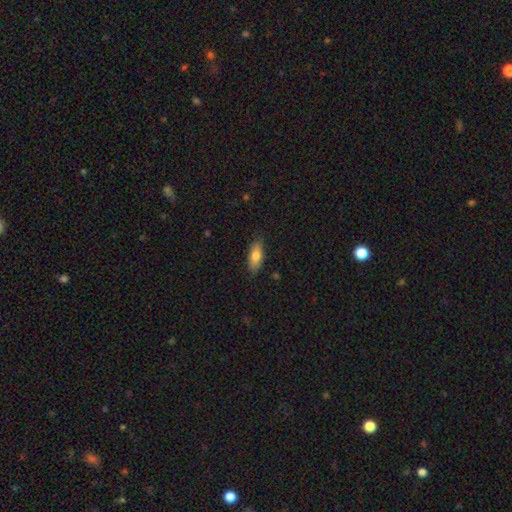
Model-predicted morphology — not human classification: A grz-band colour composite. It shows a smooth galaxy with no disk features (77%) that is in between round and cigar-shaped (73%). Merging: none (86%).